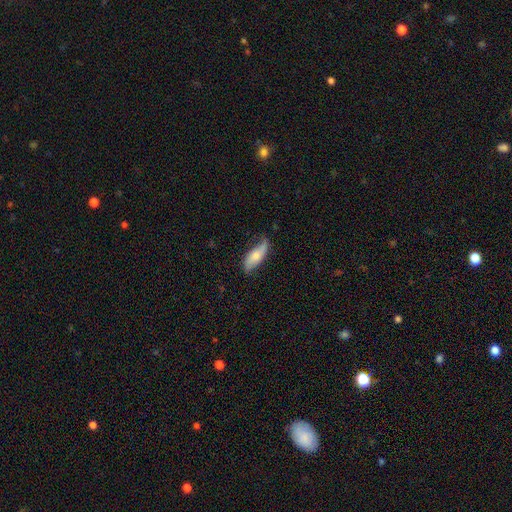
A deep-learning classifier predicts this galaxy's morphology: A smooth galaxy with no disk features (53%) that is in between round and cigar-shaped (67%).

Vote fractions:
- Smooth or featured? smooth: 53% / featured or disk: 41% / star or artifact: 6%
- How rounded? in between: 67% / cigar-shaped: 31% / round: 3%
- Merging? none: 64% / minor disturbance: 29% / major disturbance: 6% / merger: 2%